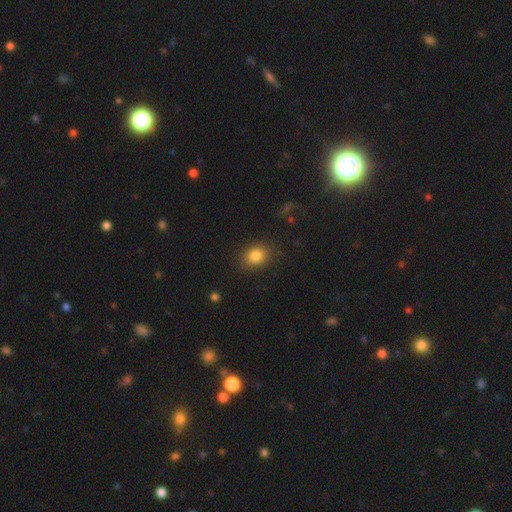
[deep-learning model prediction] Q: Smooth or featured?
A: smooth (83%); runner-up: star or artifact (11%)
Q: How rounded?
A: round (50%); runner-up: in between (49%)
Q: Merging?
A: none (85%); runner-up: minor disturbance (10%)